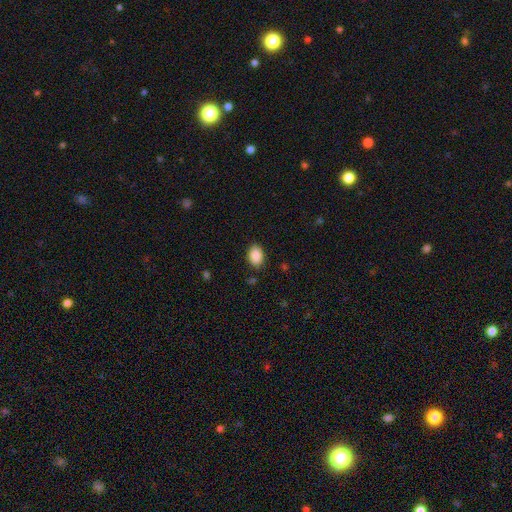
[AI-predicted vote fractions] Smooth or featured?
  - smooth: 90% *
  - star or artifact: 7%
  - featured or disk: 3%
How rounded?
  - in between: 84% *
  - round: 15%
  - cigar-shaped: 1%
Merging?
  - none: 86% *
  - minor disturbance: 10%
  - major disturbance: 3%
  - merger: 1%